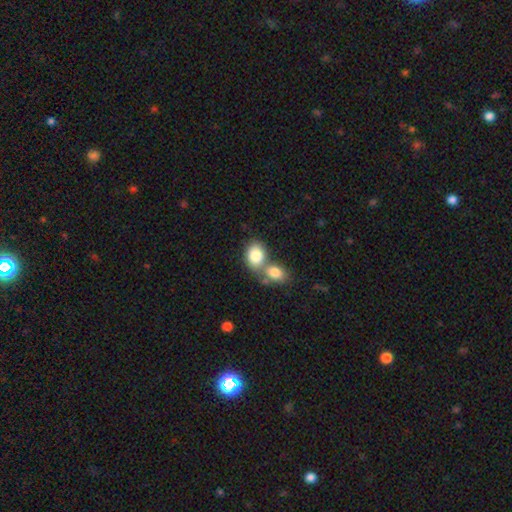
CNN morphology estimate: The model was most divided on "merging": merger: 57%, none: 32%, minor disturbance: 8%, major disturbance: 3%. More confident: smooth or featured — smooth (83%); how rounded — in between (70%).